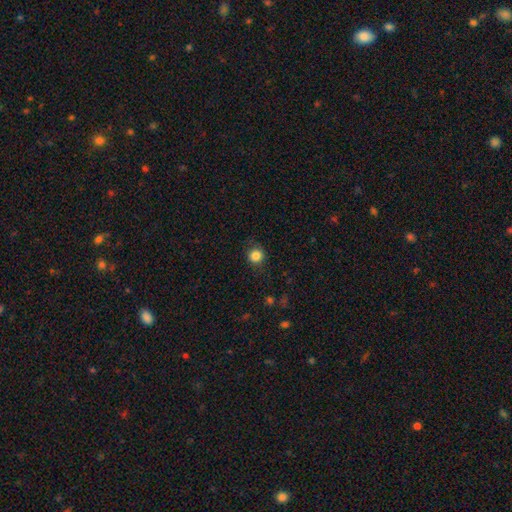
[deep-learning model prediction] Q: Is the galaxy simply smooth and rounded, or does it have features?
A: smooth — 85%.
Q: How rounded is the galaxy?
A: round — 92%.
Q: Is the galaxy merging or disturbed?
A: none — 84%.